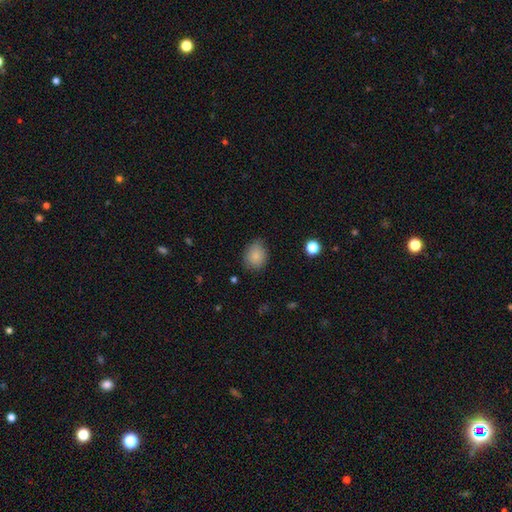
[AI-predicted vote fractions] A smooth galaxy with no disk features (84%) that is round (58%). Merging: none (75%).